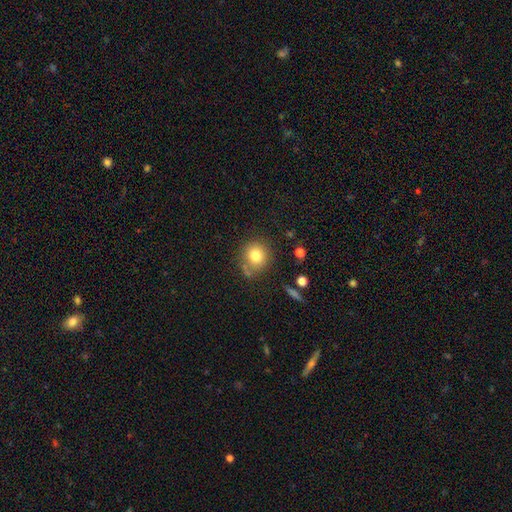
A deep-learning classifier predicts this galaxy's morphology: smooth_or_featured: smooth (p=0.78) [alt: star or artifact p=0.11]
how_rounded: round (p=0.87) [alt: in between p=0.12]
merging: none (p=0.71) [alt: minor disturbance p=0.14]